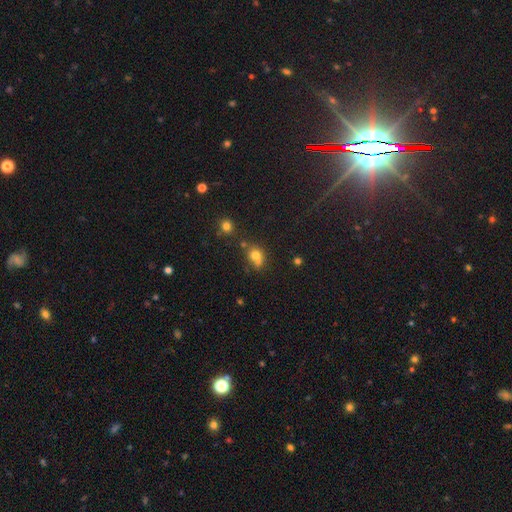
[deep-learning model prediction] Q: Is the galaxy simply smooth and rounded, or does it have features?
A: smooth — 73%.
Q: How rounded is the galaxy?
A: round — 65%.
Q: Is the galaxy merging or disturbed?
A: none — 44%.